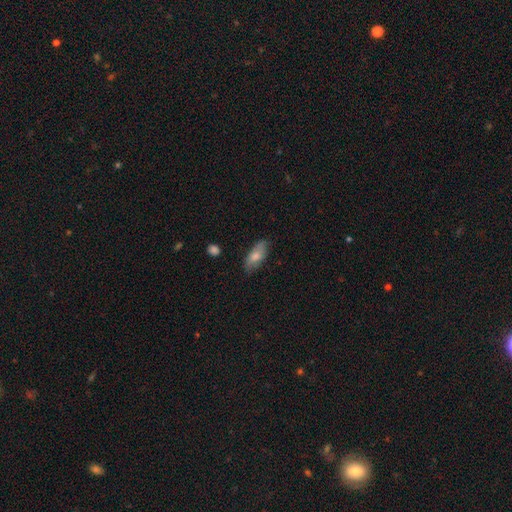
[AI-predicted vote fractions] Smooth or featured? smooth (77%)
How rounded? in between (80%)
Merging? none (74%)